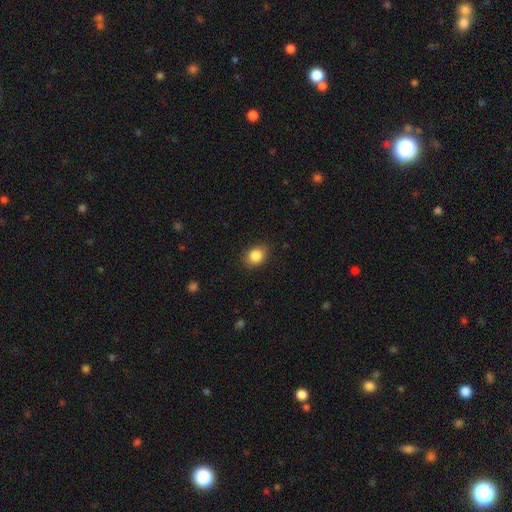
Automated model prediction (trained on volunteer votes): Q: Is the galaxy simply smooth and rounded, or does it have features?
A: smooth — 87%.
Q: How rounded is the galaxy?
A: in between — 54%.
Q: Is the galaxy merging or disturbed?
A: none — 85%.